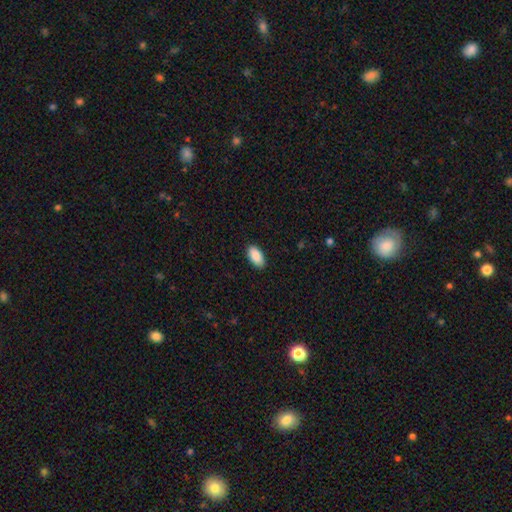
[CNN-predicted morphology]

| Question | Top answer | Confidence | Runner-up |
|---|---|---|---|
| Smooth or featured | smooth | 89% | star or artifact (6%) |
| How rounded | in between | 94% | cigar-shaped (4%) |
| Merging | none | 89% | minor disturbance (8%) |